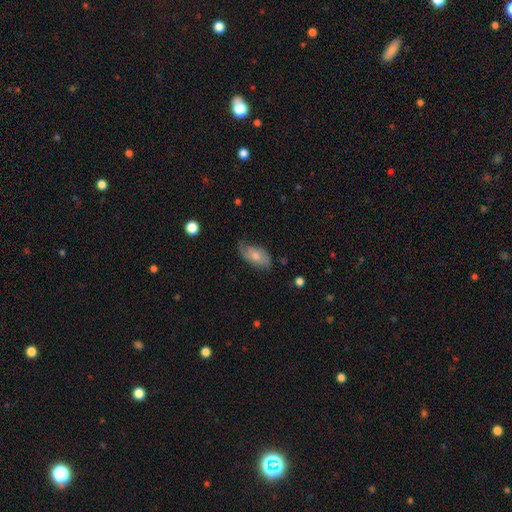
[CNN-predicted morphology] smooth 63%, featured or disk 30%, star or artifact 7%. Down the decision tree: how rounded — in between (92%); merging — none (55%).